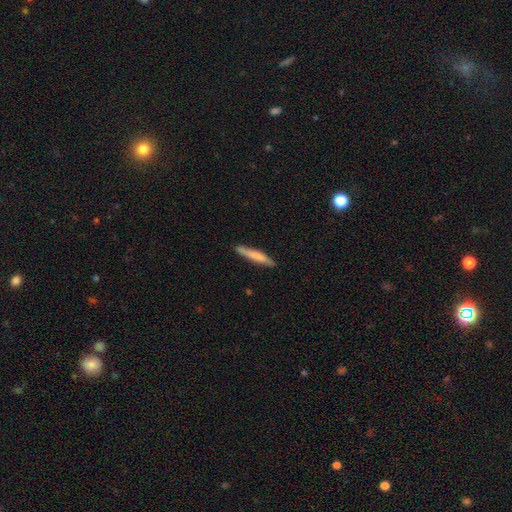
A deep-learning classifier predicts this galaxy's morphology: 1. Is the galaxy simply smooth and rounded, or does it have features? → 69% smooth, 25% featured or disk, 6% star or artifact.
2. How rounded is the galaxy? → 93% cigar-shaped, 5% in between, 1% round.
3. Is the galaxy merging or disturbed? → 83% none, 13% minor disturbance, 2% major disturbance, 2% merger.